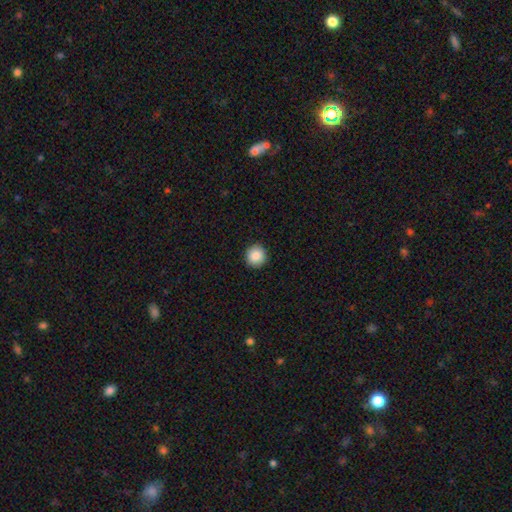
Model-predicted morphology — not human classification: Smooth or featured? Predicted: smooth (p=0.87). How rounded? Predicted: round (p=0.93). Merging? Predicted: none (p=0.92).